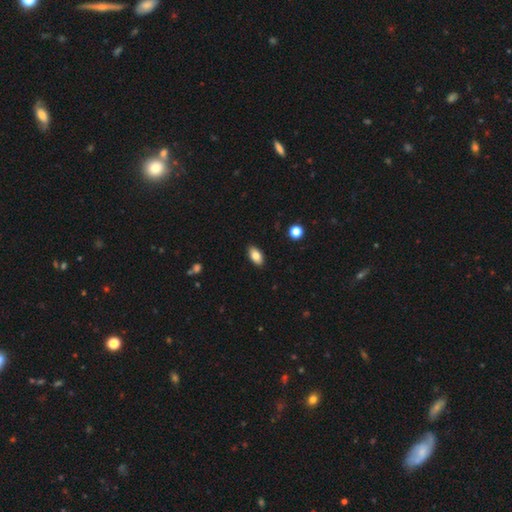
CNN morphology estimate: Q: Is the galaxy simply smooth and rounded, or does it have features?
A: smooth — 81%.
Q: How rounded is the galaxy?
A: in between — 92%.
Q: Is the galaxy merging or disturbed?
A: none — 90%.